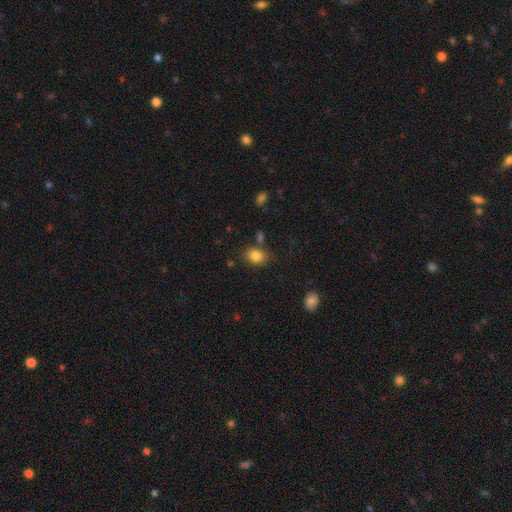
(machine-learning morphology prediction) Smooth or featured: smooth — 83% (star or artifact — 10%)
How rounded: in between — 62% (round — 37%)
Merging: none — 75% (minor disturbance — 14%)